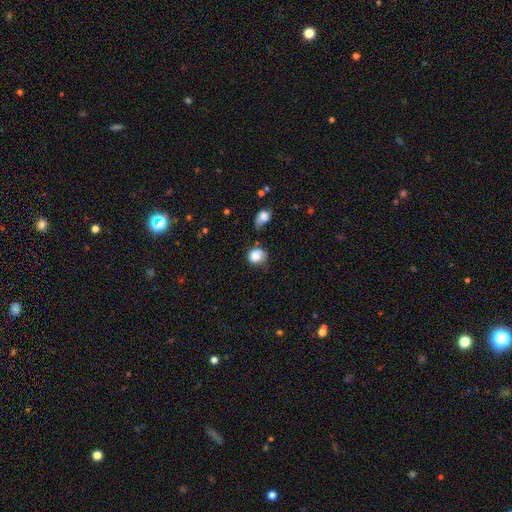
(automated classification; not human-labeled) smooth-or-featured: smooth: 83% | star or artifact: 9% | featured or disk: 7%
  how-rounded: round: 76% | in between: 23% | cigar-shaped: 1%
  merging: none: 52% | minor disturbance: 29% | major disturbance: 11% | merger: 8%